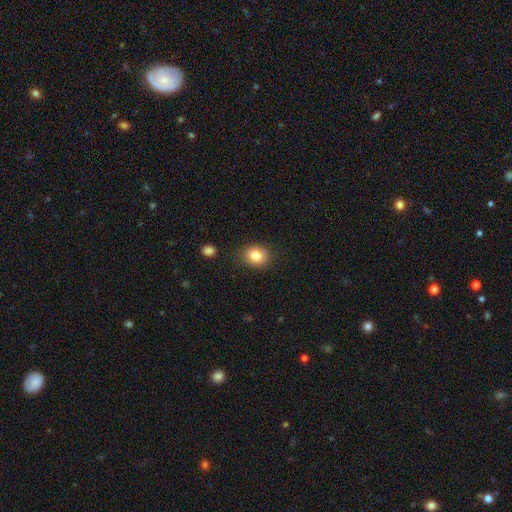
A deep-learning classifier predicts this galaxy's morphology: Q: Smooth or featured?
A: smooth (83%); runner-up: star or artifact (10%)
Q: How rounded?
A: round (63%); runner-up: in between (36%)
Q: Merging?
A: none (85%); runner-up: minor disturbance (10%)